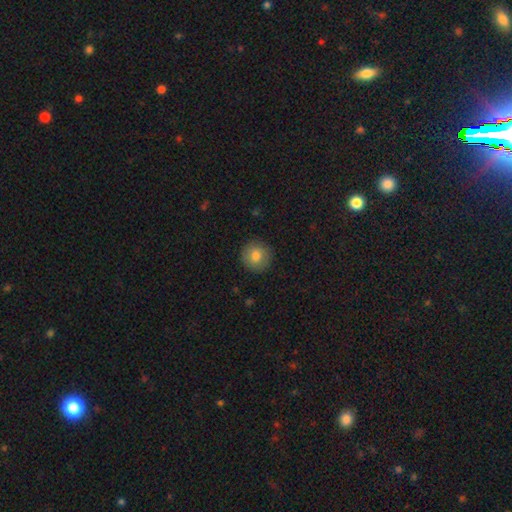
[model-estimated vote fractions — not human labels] Smooth or featured?
  - smooth: 81% *
  - featured or disk: 11%
  - star or artifact: 8%
How rounded?
  - round: 95% *
  - in between: 4%
  - cigar-shaped: 1%
Merging?
  - none: 91% *
  - minor disturbance: 7%
  - major disturbance: 2%
  - merger: 1%